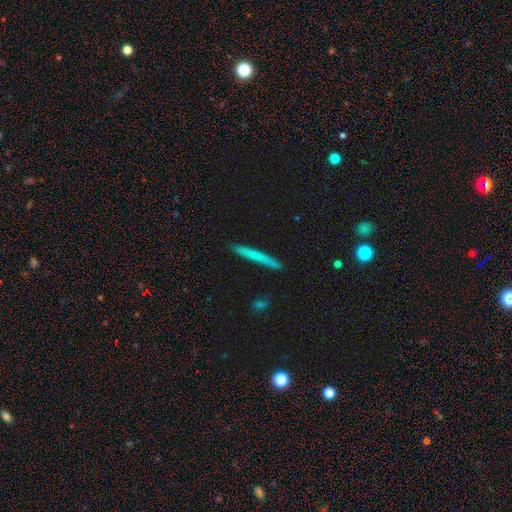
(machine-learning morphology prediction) The model was most divided on "smooth or featured": smooth: 66%, featured or disk: 28%, star or artifact: 7%. More confident: how rounded — cigar-shaped (97%); merging — none (88%).